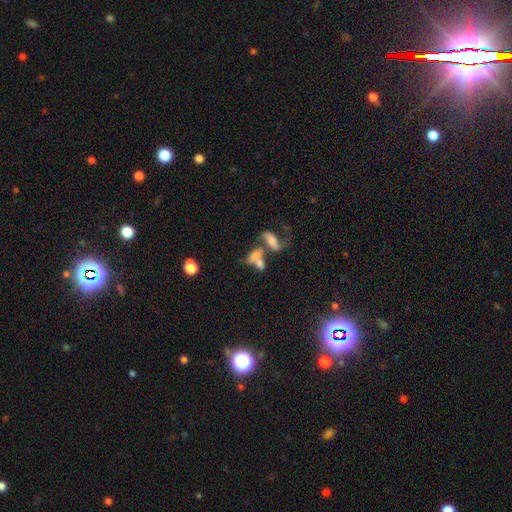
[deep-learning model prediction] Smooth or featured: smooth — 46% (featured or disk — 41%)
Merging: merger — 54% (none — 24%)